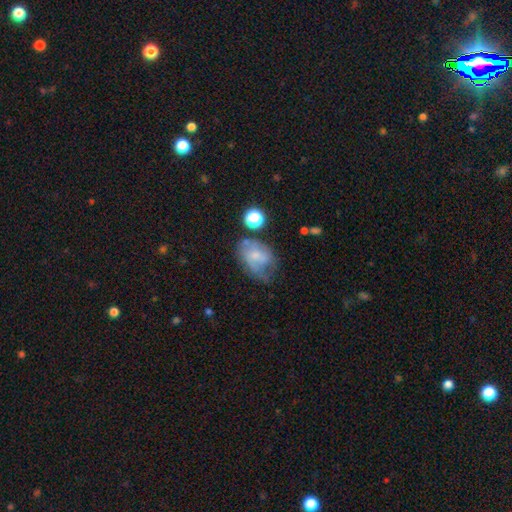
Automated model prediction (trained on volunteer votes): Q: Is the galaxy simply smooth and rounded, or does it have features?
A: smooth — 49%.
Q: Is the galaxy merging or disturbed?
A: none — 34%.